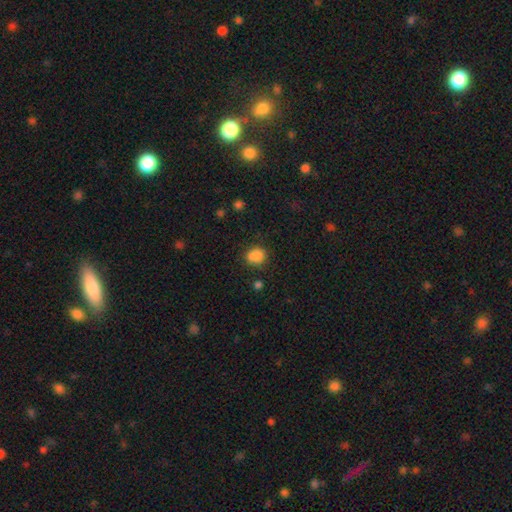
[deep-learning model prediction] Q: Smooth or featured?
A: smooth (86%); runner-up: star or artifact (10%)
Q: How rounded?
A: round (54%); runner-up: in between (45%)
Q: Merging?
A: none (77%); runner-up: minor disturbance (15%)